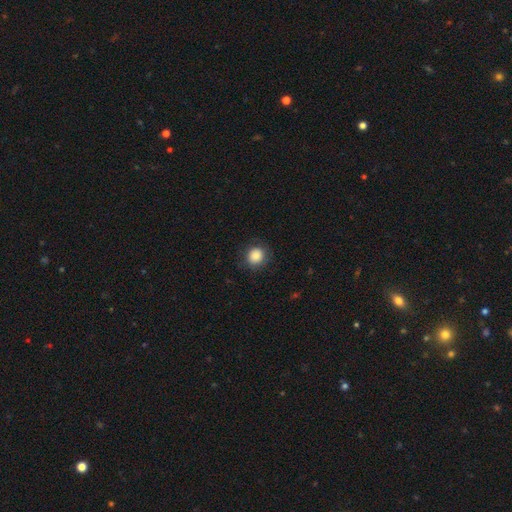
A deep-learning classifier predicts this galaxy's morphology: Overall: smooth (86%). How rounded: round (86%). Merging: none (84%).